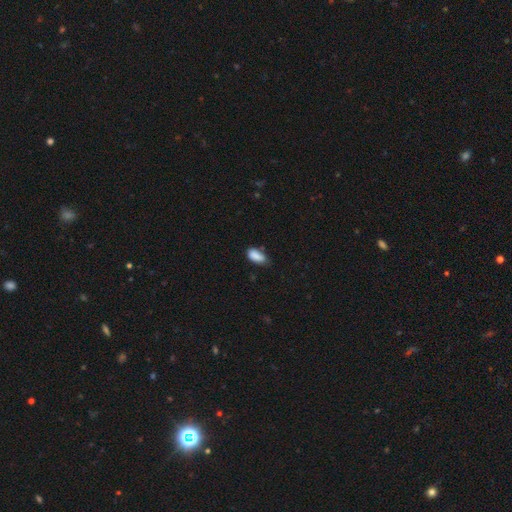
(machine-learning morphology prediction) Smooth or featured? smooth (86%)
How rounded? in between (90%)
Merging? none (54%)